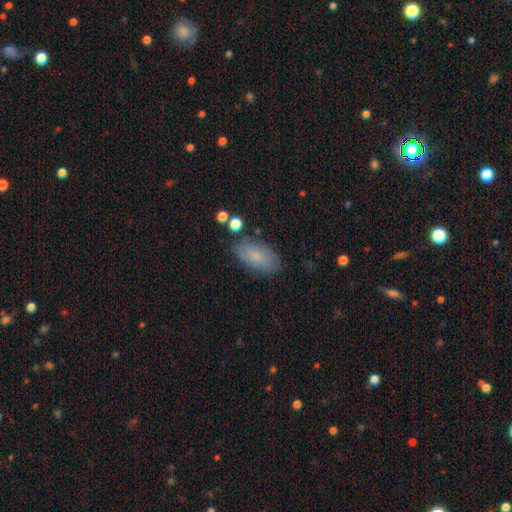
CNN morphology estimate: smooth_or_featured: smooth (p=0.76) [alt: featured or disk p=0.16]
how_rounded: in between (p=0.91) [alt: cigar-shaped p=0.05]
merging: none (p=0.78) [alt: minor disturbance p=0.15]